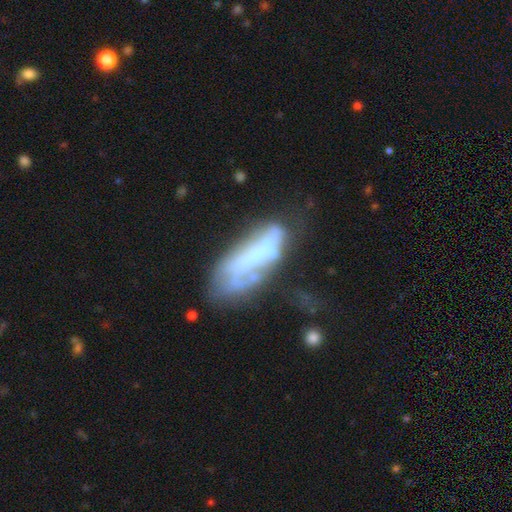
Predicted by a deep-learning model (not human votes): A featured or disk galaxy (54%).

Vote fractions:
- Smooth or featured? featured or disk: 54% / smooth: 36% / star or artifact: 10%
- Edge-on disk? no: 84% / yes: 16%
- Merging? none: 32% / major disturbance: 30% / minor disturbance: 24% / merger: 14%